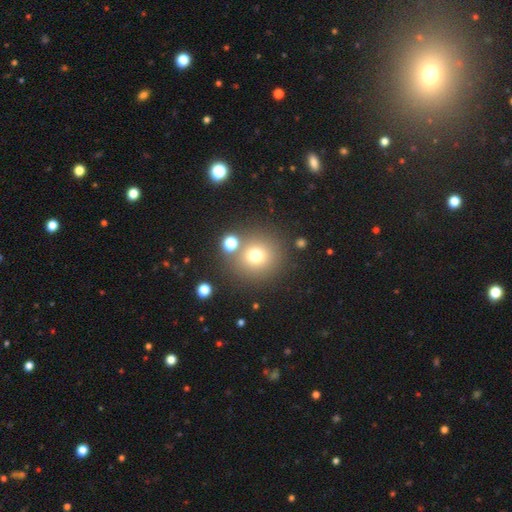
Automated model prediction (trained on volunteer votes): Q: Smooth or featured?
A: smooth (72%); runner-up: star or artifact (18%)
Q: How rounded?
A: round (92%); runner-up: in between (7%)
Q: Merging?
A: none (79%); runner-up: merger (9%)